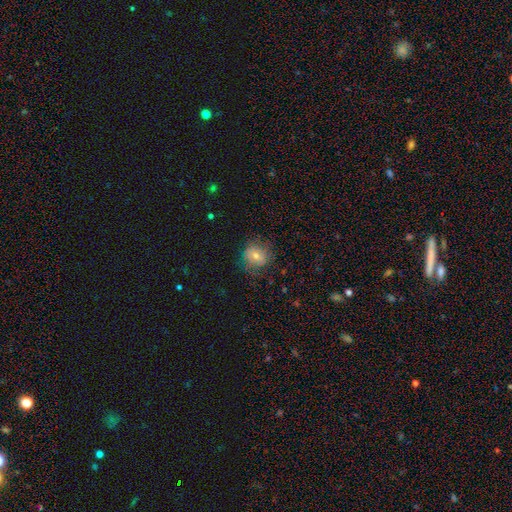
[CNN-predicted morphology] Overall: smooth (68%). How rounded: round (78%). Merging: none (75%).